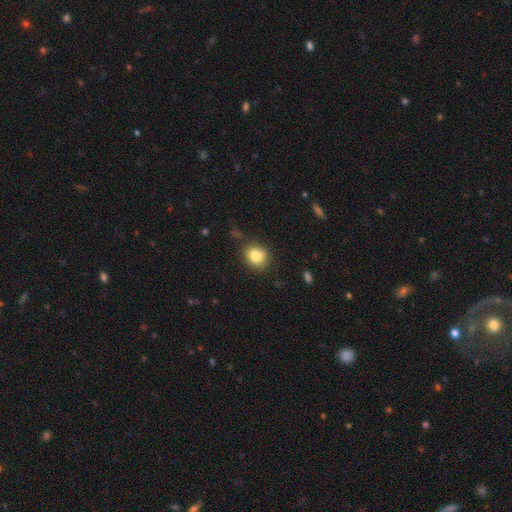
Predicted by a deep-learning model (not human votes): Q: Smooth or featured?
A: smooth (83%); runner-up: star or artifact (10%)
Q: How rounded?
A: round (75%); runner-up: in between (24%)
Q: Merging?
A: none (84%); runner-up: minor disturbance (11%)